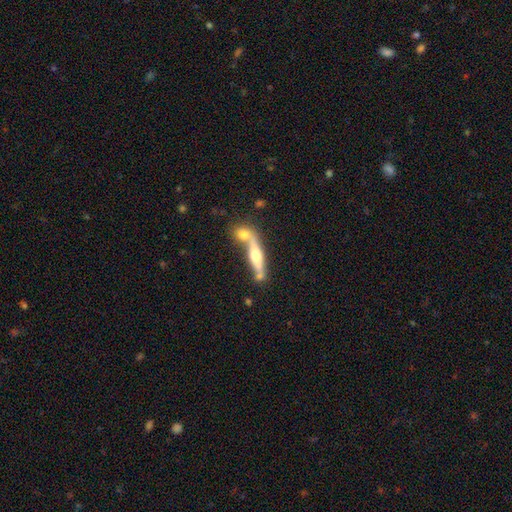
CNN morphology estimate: A featured or disk galaxy (60%) viewed edge-on (91%) with a rounded central bulge (88%). Merging: none (52%).